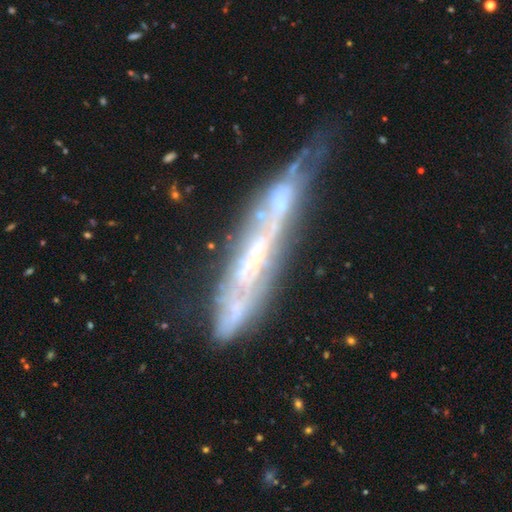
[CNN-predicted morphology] This appears to be a featured or disk galaxy (74%) viewed edge-on (59%). Merging: none (49%).